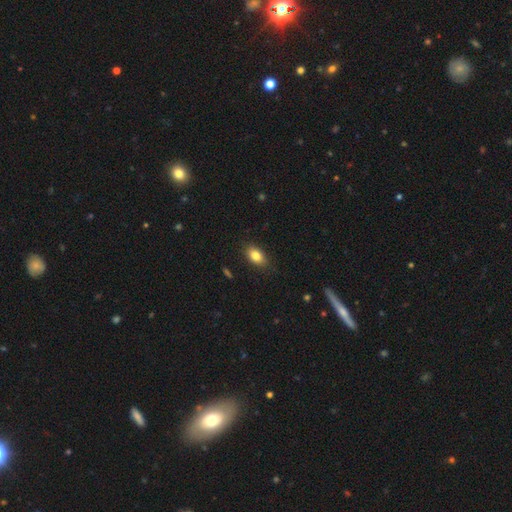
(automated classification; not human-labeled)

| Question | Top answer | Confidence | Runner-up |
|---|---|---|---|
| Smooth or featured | smooth | 83% | featured or disk (8%) |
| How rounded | in between | 88% | round (9%) |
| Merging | none | 84% | minor disturbance (13%) |